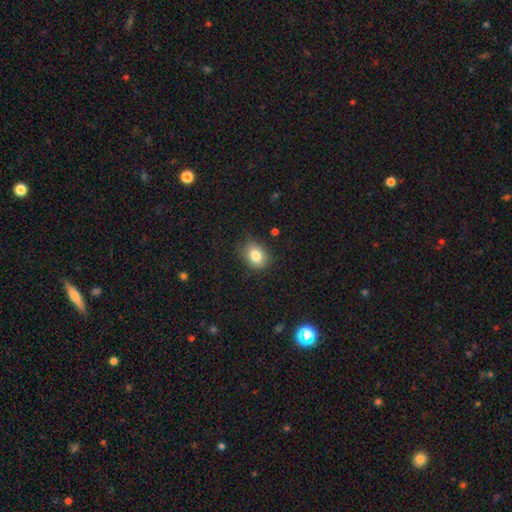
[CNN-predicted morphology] Smooth or featured? Predicted: smooth (p=0.82). How rounded? Predicted: in between (p=0.50). Merging? Predicted: none (p=0.80).